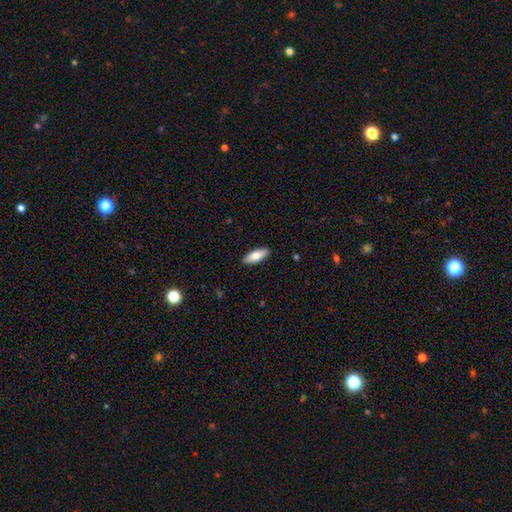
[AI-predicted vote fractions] Smooth or featured? Predicted: smooth (p=0.76). How rounded? Predicted: in between (p=0.72). Merging? Predicted: none (p=0.90).